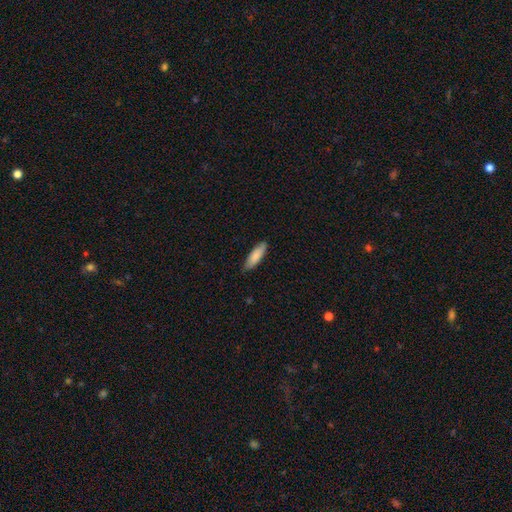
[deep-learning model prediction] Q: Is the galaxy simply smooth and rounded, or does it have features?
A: smooth — 85%.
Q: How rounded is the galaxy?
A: cigar-shaped — 53%.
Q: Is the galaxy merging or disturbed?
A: none — 84%.